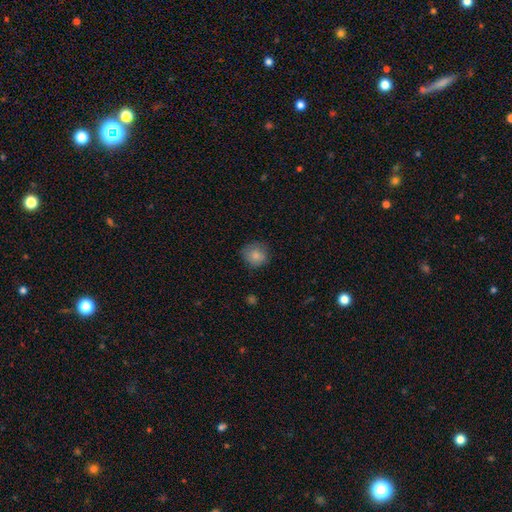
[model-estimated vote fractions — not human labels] This appears to be a smooth galaxy with no disk features (84%) that is round (84%). Merging: none (77%).